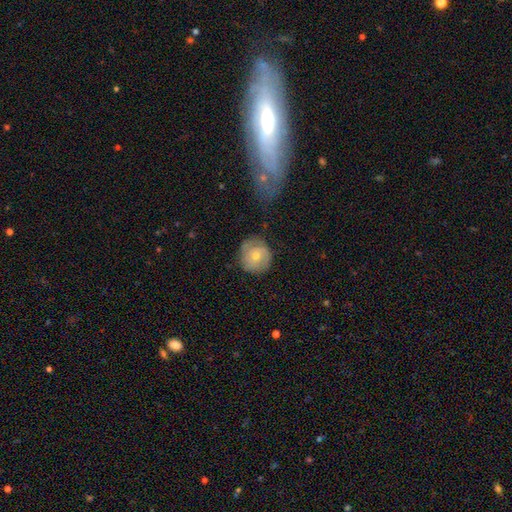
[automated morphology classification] Smooth or featured: featured or disk — 49% (smooth — 44%)
Merging: none — 71% (minor disturbance — 20%)